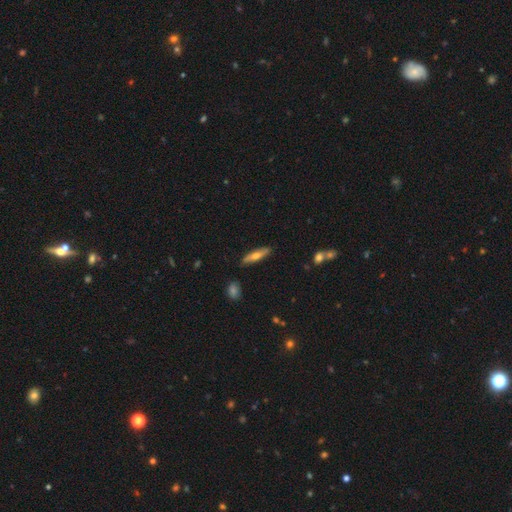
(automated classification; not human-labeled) smooth 54%, featured or disk 39%, star or artifact 7%. Down the decision tree: how rounded — cigar-shaped (77%); merging — none (86%).